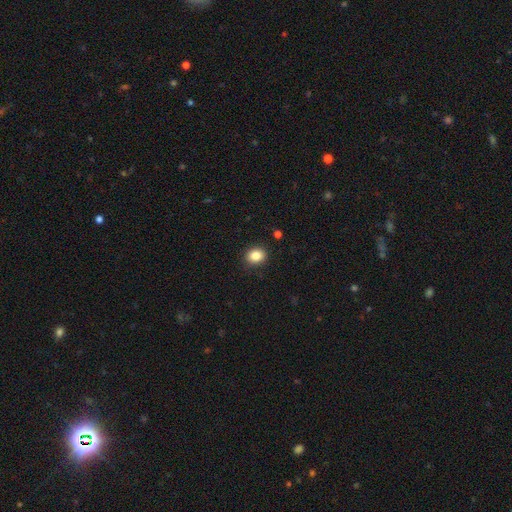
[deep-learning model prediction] Overall: smooth (85%). How rounded: round (56%; in between 43%). Merging: none (89%).